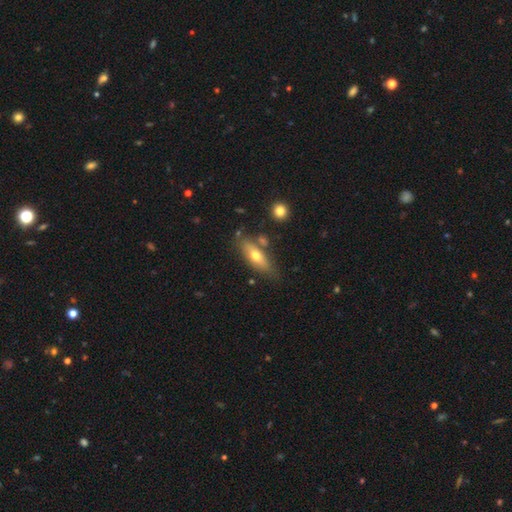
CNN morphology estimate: Smooth or featured?
  - smooth: 60% *
  - featured or disk: 34%
  - star or artifact: 6%
How rounded?
  - in between: 60% *
  - cigar-shaped: 37%
  - round: 3%
Merging?
  - none: 71% *
  - minor disturbance: 16%
  - merger: 9%
  - major disturbance: 4%